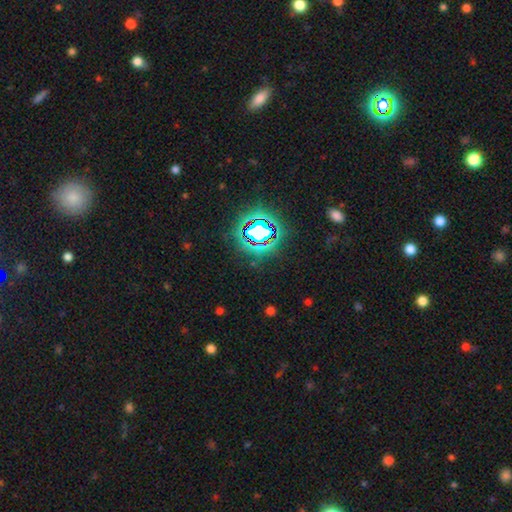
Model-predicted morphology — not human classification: This is clearly a star or artifact rather than a galaxy (81%).